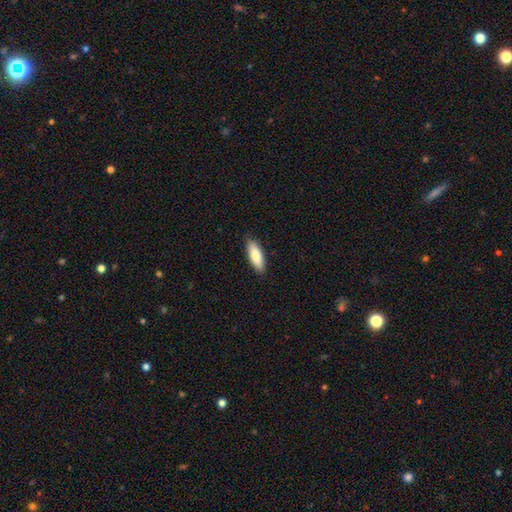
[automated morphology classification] This is clearly a smooth galaxy (82%). How rounded: likely in between (60%). Merging: clearly none (88%).